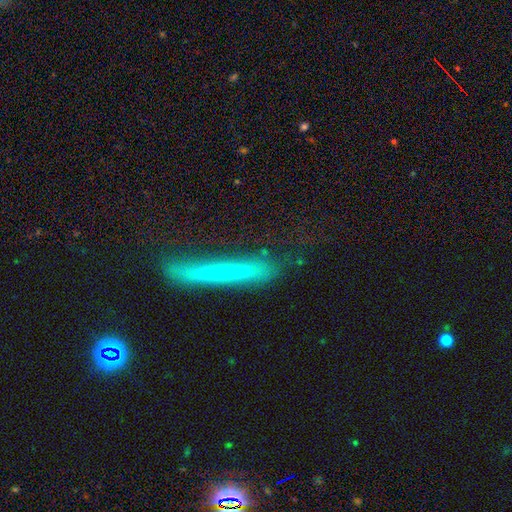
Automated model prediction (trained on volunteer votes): This is possibly a smooth galaxy (49%). Merging: likely none (63%).